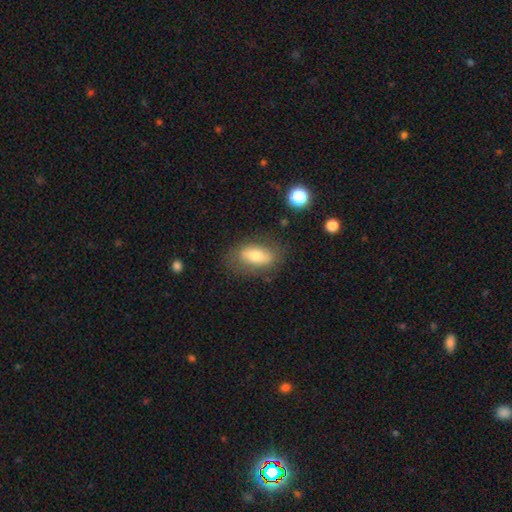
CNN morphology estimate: Smooth or featured: smooth — 67% (featured or disk — 25%)
How rounded: in between — 85% (cigar-shaped — 9%)
Merging: none — 75% (minor disturbance — 17%)